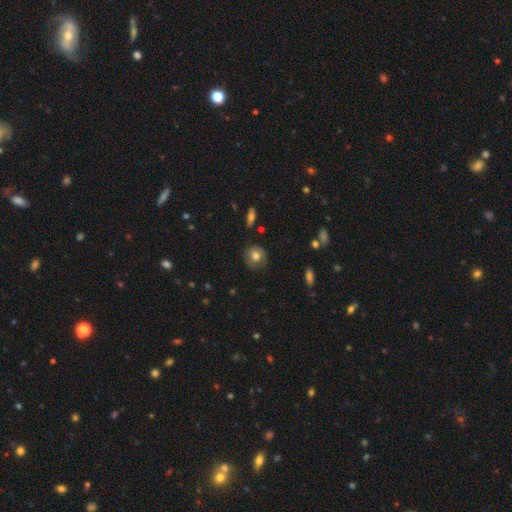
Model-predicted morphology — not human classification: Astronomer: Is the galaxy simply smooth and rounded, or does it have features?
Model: smooth — 73%.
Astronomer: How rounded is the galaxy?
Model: round — 85%.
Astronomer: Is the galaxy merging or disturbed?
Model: none — 81%.